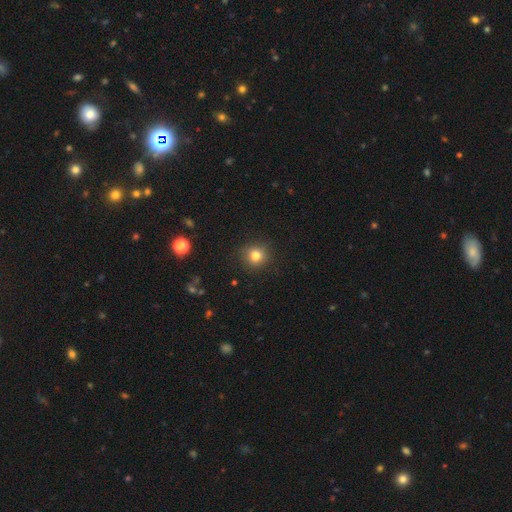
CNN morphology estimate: A smooth galaxy with no disk features (81%) that is round (91%).

Vote fractions:
- Smooth or featured? smooth: 81% / star or artifact: 13% / featured or disk: 6%
- How rounded? round: 91% / in between: 8% / cigar-shaped: 1%
- Merging? none: 89% / minor disturbance: 7% / major disturbance: 2% / merger: 1%